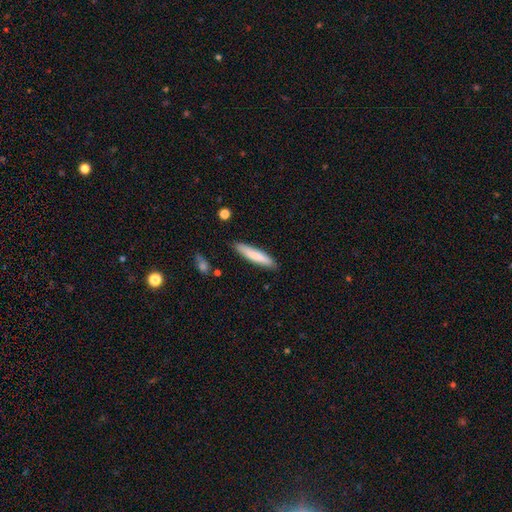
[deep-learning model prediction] This appears to be a smooth galaxy with no disk features (80%) that is cigar-shaped (85%). Merging: none (86%).